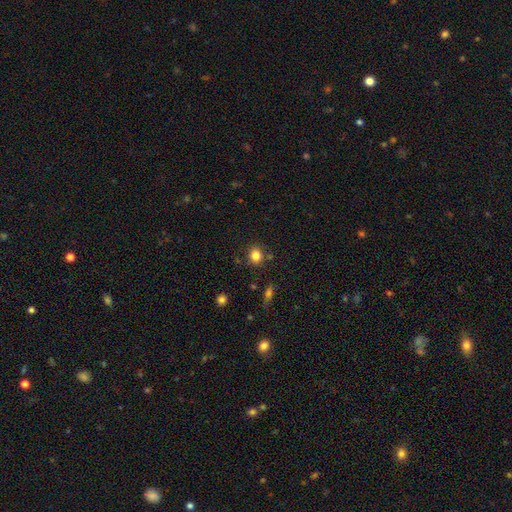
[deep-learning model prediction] smooth_or_featured: smooth (p=0.83) [alt: star or artifact p=0.11]
how_rounded: round (p=0.71) [alt: in between p=0.28]
merging: none (p=0.81) [alt: minor disturbance p=0.11]